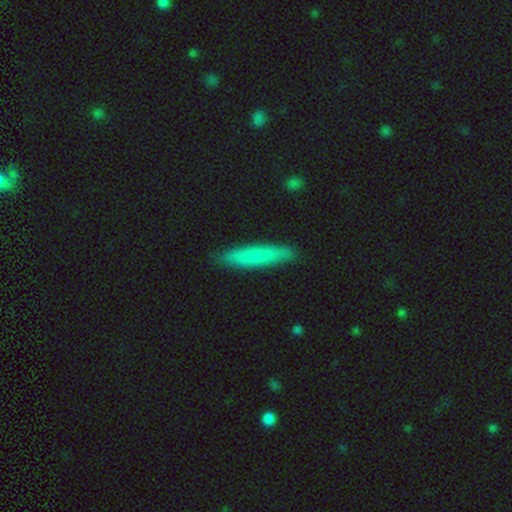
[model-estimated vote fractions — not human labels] Q: Smooth or featured?
A: smooth (77%); runner-up: featured or disk (17%)
Q: How rounded?
A: cigar-shaped (88%); runner-up: in between (10%)
Q: Merging?
A: none (89%); runner-up: minor disturbance (9%)